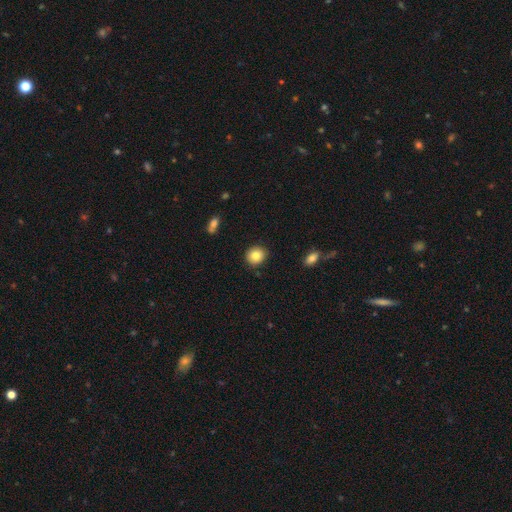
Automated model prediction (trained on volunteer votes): Morphology: type=smooth (84%); roundness=round (81%); merging=none (89%).